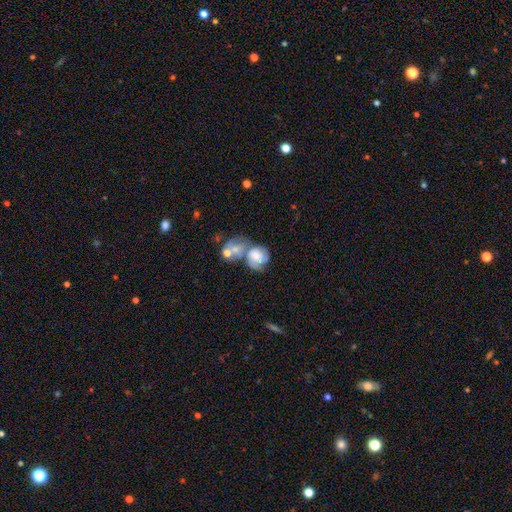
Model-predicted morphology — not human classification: The model was most divided on "smooth or featured" (2-way tie): smooth: 45%, featured or disk: 45%, star or artifact: 10%. More confident: merging — merger (53%).